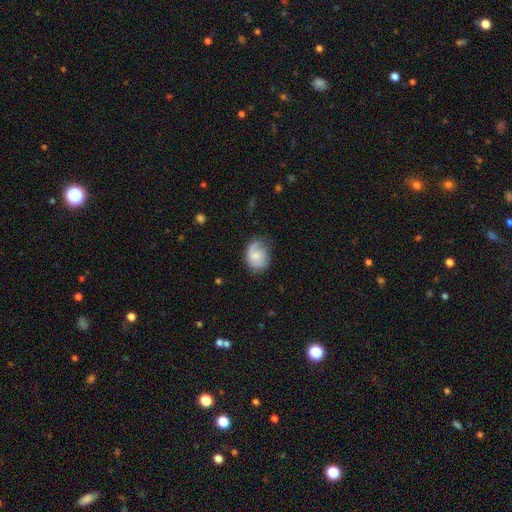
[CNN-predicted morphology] Smooth or featured?
  - smooth: 54% *
  - featured or disk: 39%
  - star or artifact: 7%
How rounded?
  - in between: 53% *
  - round: 46%
  - cigar-shaped: 1%
Merging?
  - none: 52% *
  - minor disturbance: 32%
  - major disturbance: 15%
  - merger: 2%